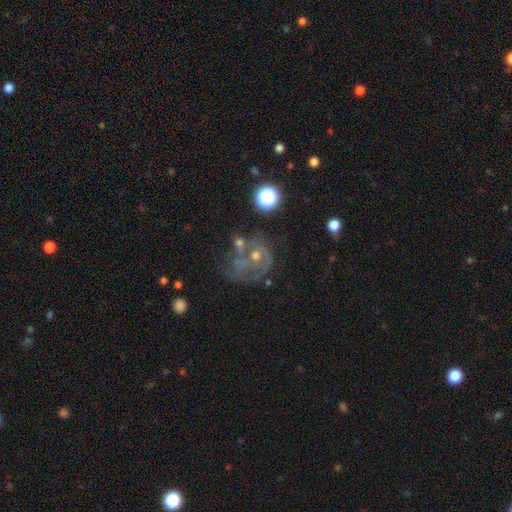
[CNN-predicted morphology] Smooth or featured? featured or disk (61%)
Edge-on disk? no (97%)
Bar? no (79%)
Spiral arms? yes (68%)
Bulge size? moderate (47%)
Merging? none (38%)